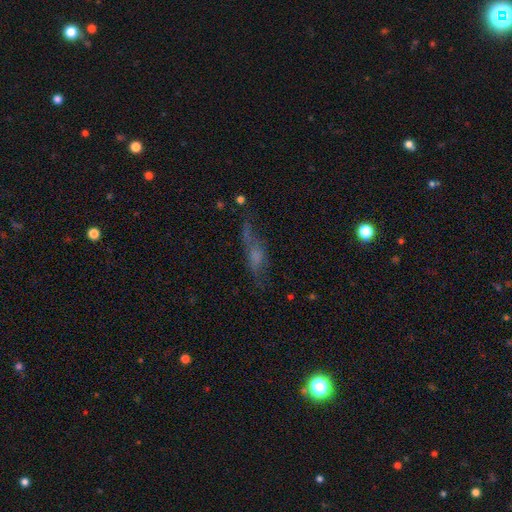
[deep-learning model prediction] smooth-or-featured: smooth: 46% | featured or disk: 38% | star or artifact: 16%
  merging: none: 44% | major disturbance: 26% | minor disturbance: 25% | merger: 6%